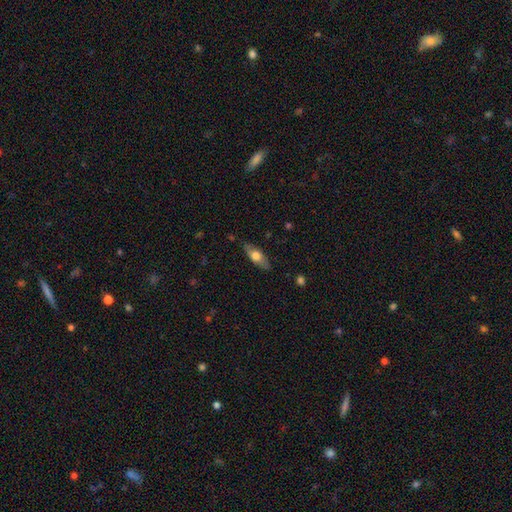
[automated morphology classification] Smooth or featured? smooth (59%)
How rounded? in between (67%)
Merging? none (83%)